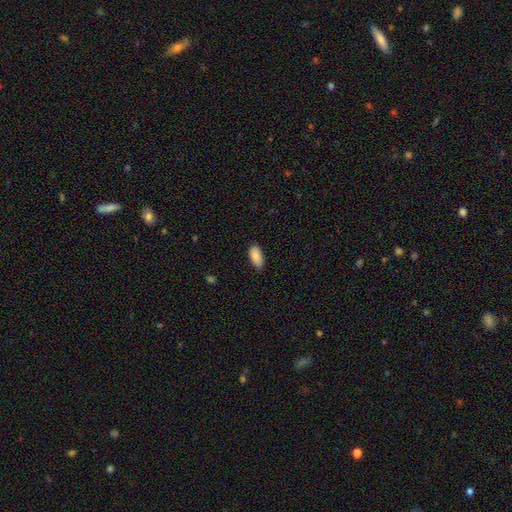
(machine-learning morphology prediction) This is clearly a smooth galaxy (88%). How rounded: clearly in between (92%). Merging: clearly none (84%).